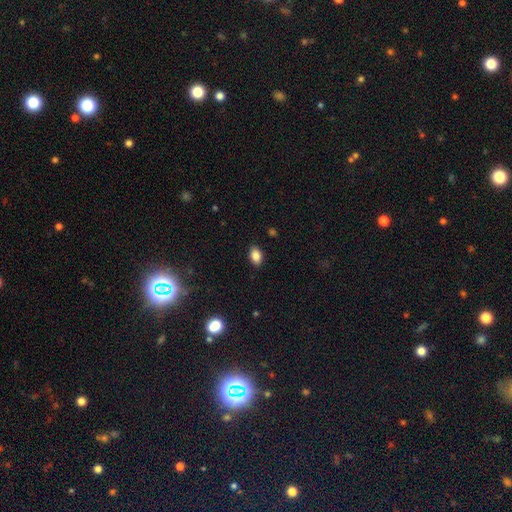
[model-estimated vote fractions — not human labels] This is clearly a smooth galaxy (86%). How rounded: clearly in between (86%). Merging: clearly none (88%).